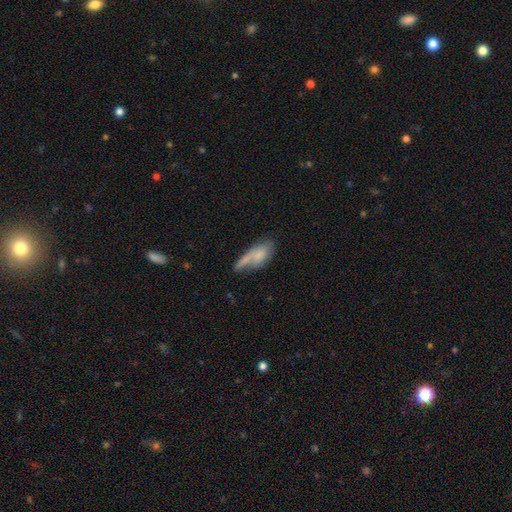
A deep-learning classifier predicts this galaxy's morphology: Smooth or featured? Predicted: smooth (p=0.64). How rounded? Predicted: in between (p=0.76). Merging? Predicted: none (p=0.37).